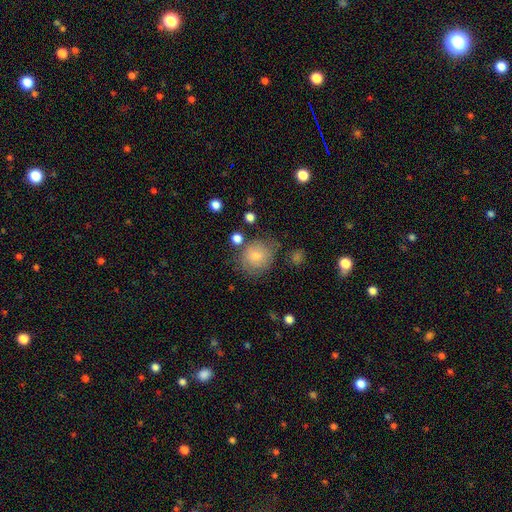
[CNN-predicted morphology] A smooth galaxy with no disk features (78%) that is round (76%). Merging: none (63%).